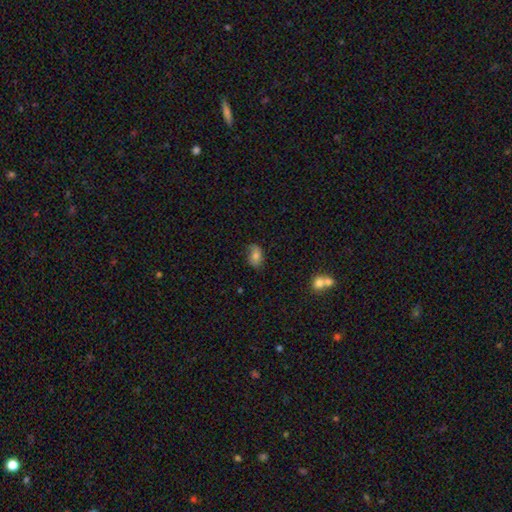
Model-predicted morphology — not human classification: A smooth galaxy with no disk features (67%) that is in between round and cigar-shaped (78%).

Vote fractions:
- Smooth or featured? smooth: 67% / featured or disk: 23% / star or artifact: 10%
- How rounded? in between: 78% / round: 21% / cigar-shaped: 1%
- Merging? none: 57% / minor disturbance: 31% / major disturbance: 10% / merger: 3%